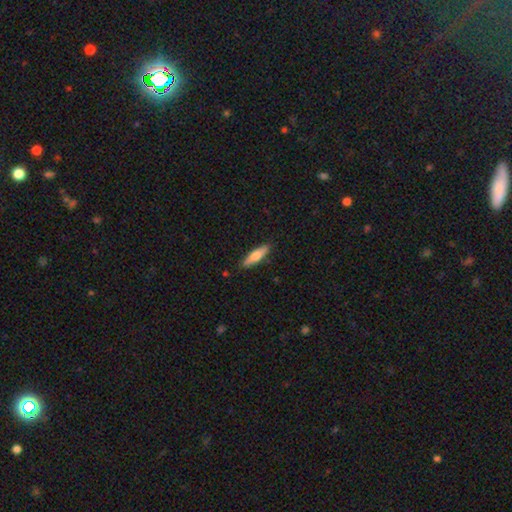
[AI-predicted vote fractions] Morphology: type=smooth (68%); roundness=cigar-shaped (70%); merging=none (87%).